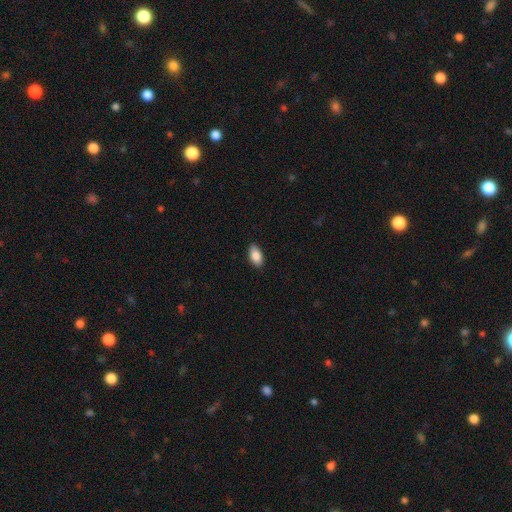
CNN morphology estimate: Smooth or featured?
  - smooth: 88% *
  - star or artifact: 7%
  - featured or disk: 6%
How rounded?
  - in between: 93% *
  - cigar-shaped: 3%
  - round: 3%
Merging?
  - none: 88% *
  - minor disturbance: 9%
  - major disturbance: 2%
  - merger: 1%